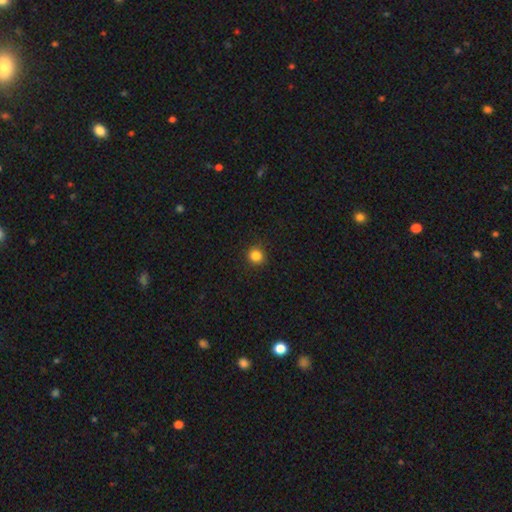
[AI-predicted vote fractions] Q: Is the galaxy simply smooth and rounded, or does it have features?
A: smooth — 84%.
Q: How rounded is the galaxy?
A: round — 92%.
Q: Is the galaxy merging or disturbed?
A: none — 91%.